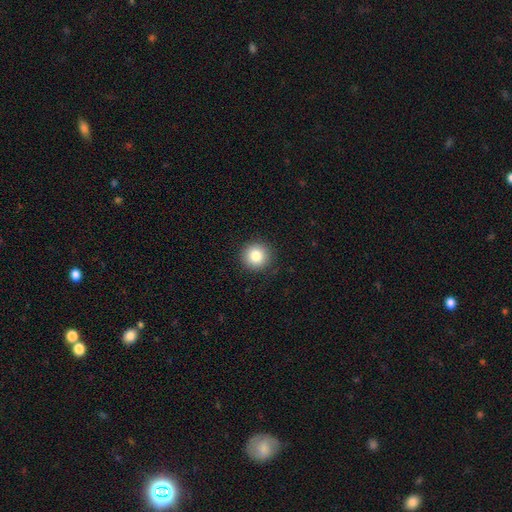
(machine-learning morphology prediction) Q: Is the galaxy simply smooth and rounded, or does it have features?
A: smooth — 84%.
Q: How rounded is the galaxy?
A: round — 95%.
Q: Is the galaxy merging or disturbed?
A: none — 91%.